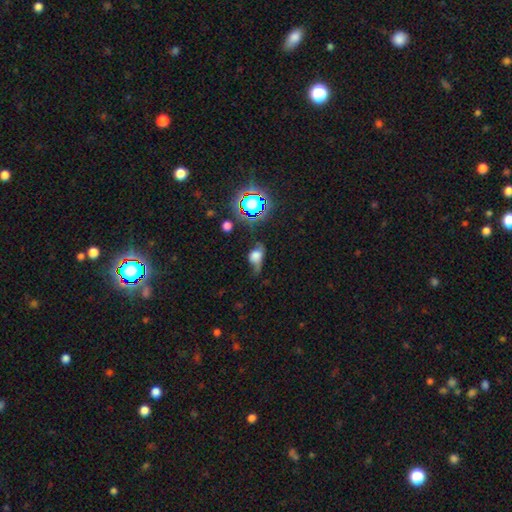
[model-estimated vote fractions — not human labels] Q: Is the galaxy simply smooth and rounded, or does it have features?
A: smooth — 54%.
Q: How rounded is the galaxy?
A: in between — 65%.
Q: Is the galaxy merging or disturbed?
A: major disturbance — 33%, tied with minor disturbance.